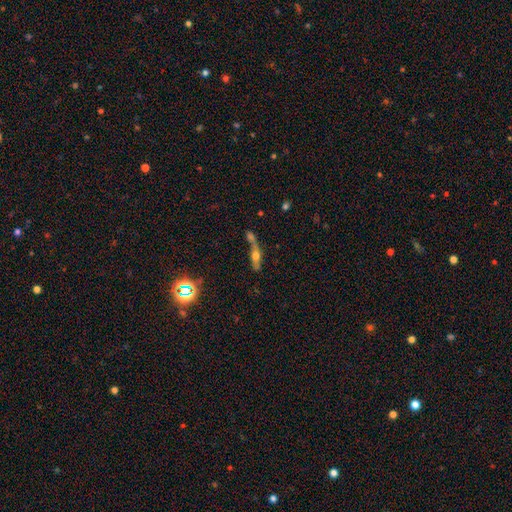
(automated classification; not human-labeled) Q: Smooth or featured?
A: featured or disk (44%); runner-up: smooth (42%)
Q: Merging?
A: merger (52%); runner-up: none (26%)